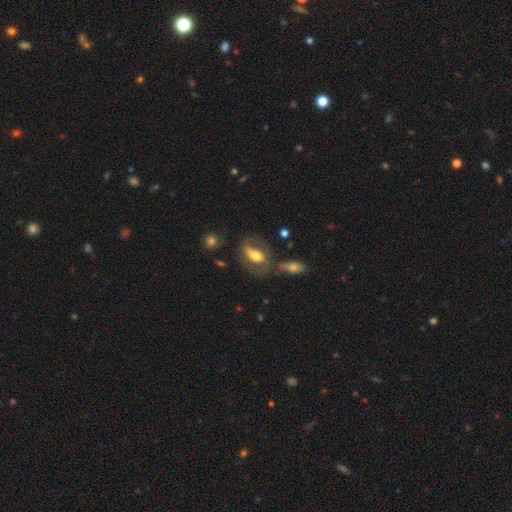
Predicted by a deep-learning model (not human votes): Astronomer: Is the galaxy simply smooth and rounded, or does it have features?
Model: featured or disk — 53% (runner-up: smooth, 40%).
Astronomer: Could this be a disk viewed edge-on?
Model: no — 87%.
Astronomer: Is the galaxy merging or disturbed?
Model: none — 52%.